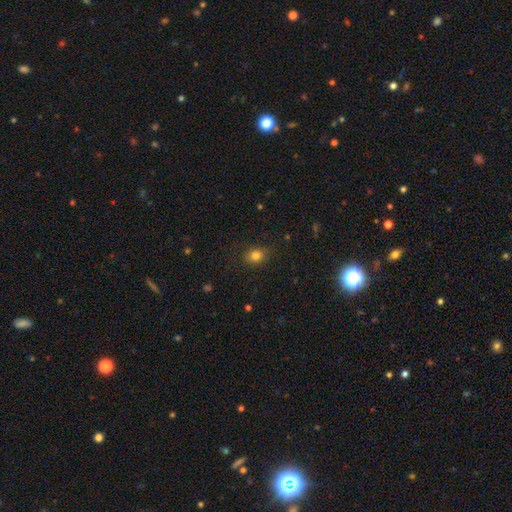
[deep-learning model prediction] A smooth galaxy with no disk features (81%) that is round (59%).

Vote fractions:
- Smooth or featured? smooth: 81% / star or artifact: 12% / featured or disk: 7%
- How rounded? round: 59% / in between: 40% / cigar-shaped: 1%
- Merging? none: 85% / minor disturbance: 11% / major disturbance: 3% / merger: 1%